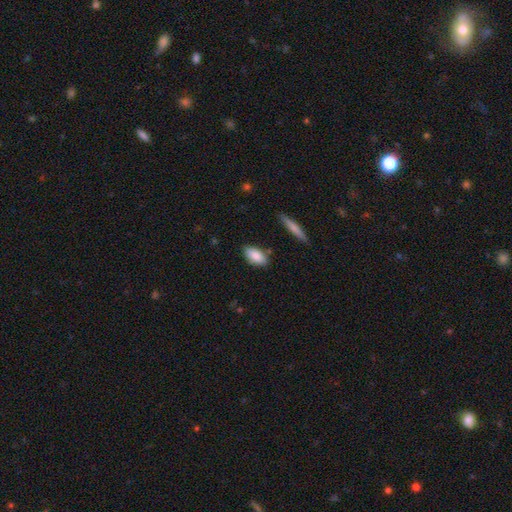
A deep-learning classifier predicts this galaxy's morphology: smooth 86%, featured or disk 8%, star or artifact 6%. Down the decision tree: how rounded — in between (90%); merging — none (81%).